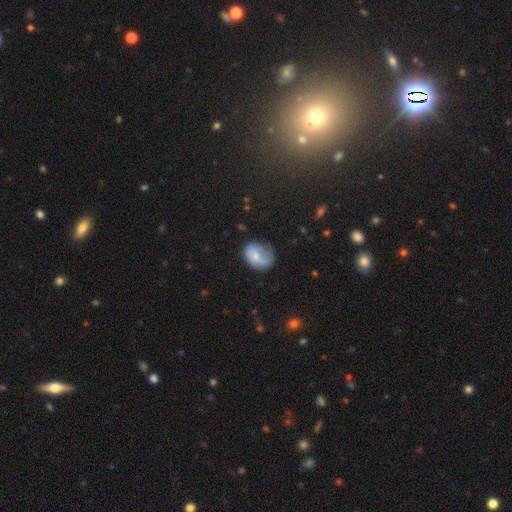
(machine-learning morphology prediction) The model was most divided on "merging": none: 45%, minor disturbance: 32%, major disturbance: 20%, merger: 2%. More confident: how rounded — in between (62%); smooth or featured — smooth (53%).